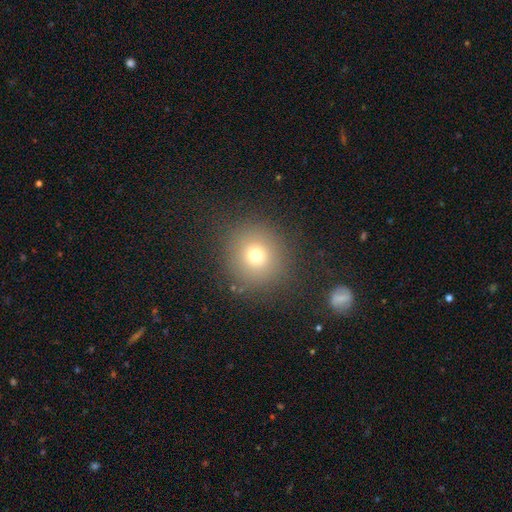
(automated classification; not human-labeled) Morphology: type=smooth (72%); roundness=round (91%); merging=none (85%).